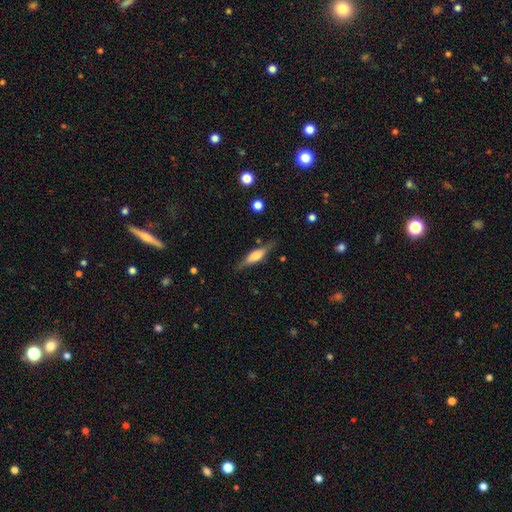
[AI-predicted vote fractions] A featured or disk galaxy (54%) viewed edge-on (93%) with a rounded central bulge (68%). Merging: none (82%).